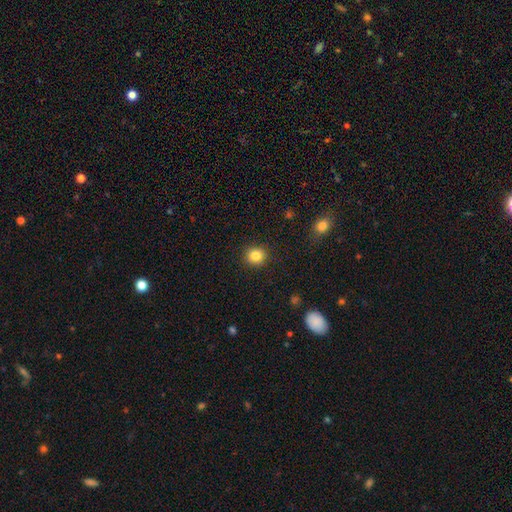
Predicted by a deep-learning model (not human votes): smooth_or_featured: smooth (p=0.84) [alt: star or artifact p=0.11]
how_rounded: round (p=0.89) [alt: in between p=0.10]
merging: none (p=0.91) [alt: minor disturbance p=0.06]